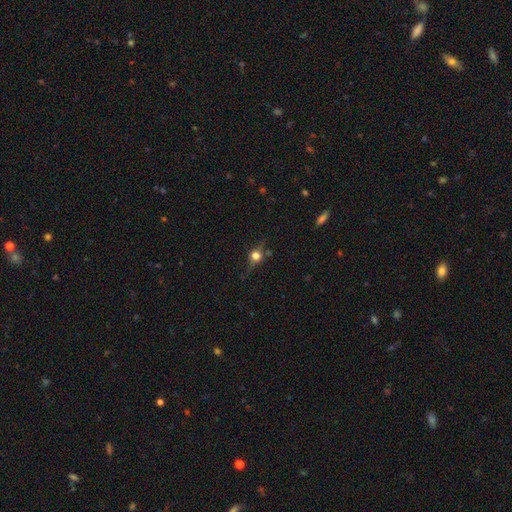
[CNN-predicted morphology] This appears to be a featured or disk galaxy (50%). Merging: none (78%).